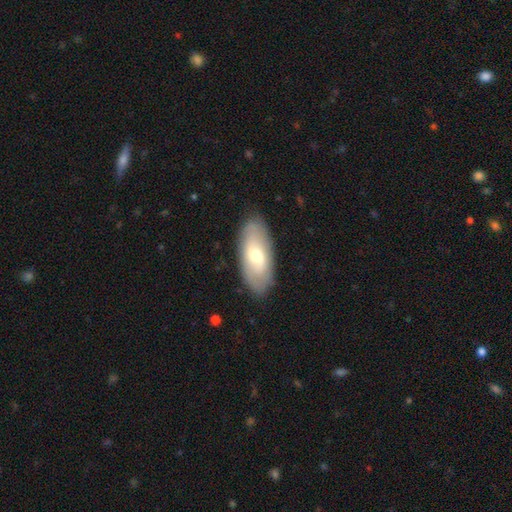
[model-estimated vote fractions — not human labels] Morphology: type=smooth (52%); roundness=in between (88%); merging=none (85%).